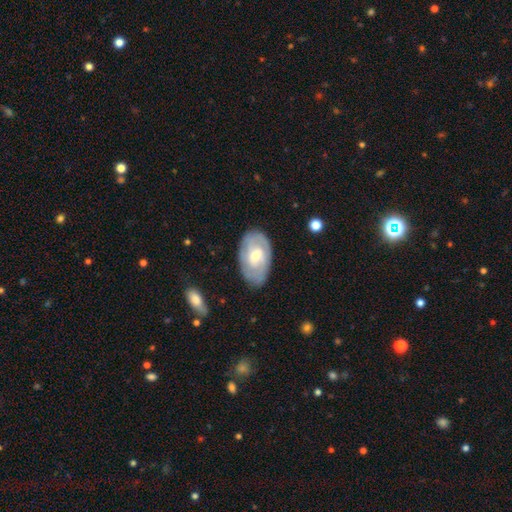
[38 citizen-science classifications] featured or disk 74%, smooth 21%, star or artifact 5%. Down the decision tree: edge-on disk — no (96%); bar — weak (56%); spiral arms — yes (70%); spiral arm count — 2 (47%); spiral winding — tight (47%); bulge size — moderate (63%); merging — none (64%).